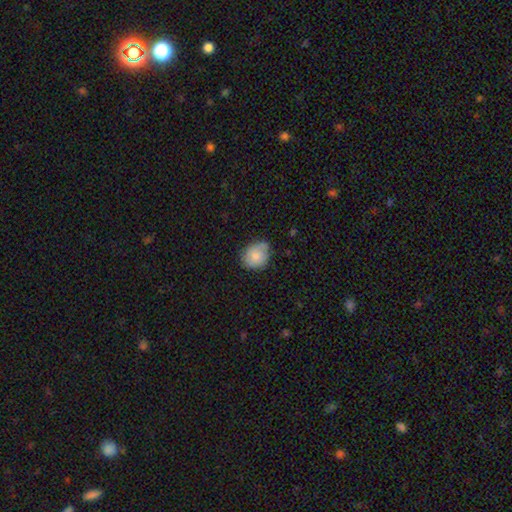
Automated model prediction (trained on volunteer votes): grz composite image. It shows a smooth galaxy with no disk features (78%) that is round (54%). Merging: none (64%).